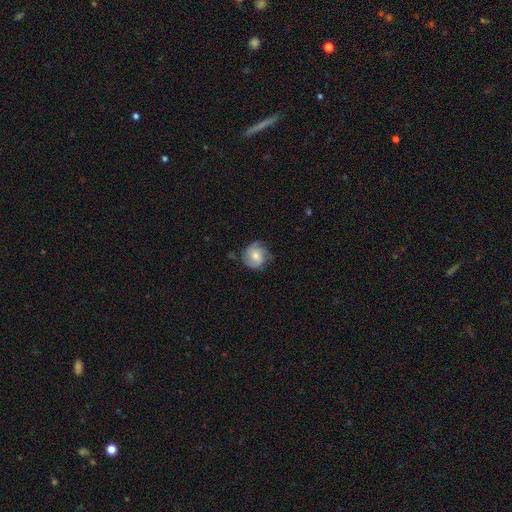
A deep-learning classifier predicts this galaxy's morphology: featured or disk 58%, smooth 35%, star or artifact 7%. Down the decision tree: edge-on disk — no (98%); bar — no (70%); spiral arms — yes (90%); spiral arm count — 3 (37%); spiral winding — tight (50%); bulge size — moderate (53%); merging — none (66%).